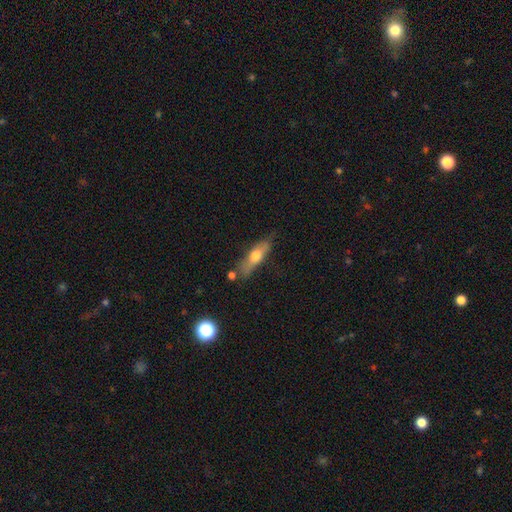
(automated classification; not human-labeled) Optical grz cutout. It shows a smooth galaxy with no disk features (54%) that is cigar-shaped (60%). Merging: none (69%).